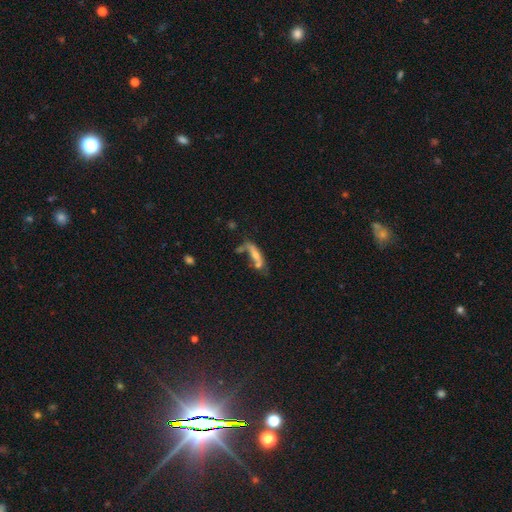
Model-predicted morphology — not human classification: Q: Smooth or featured?
A: smooth (54%); runner-up: featured or disk (36%)
Q: How rounded?
A: cigar-shaped (64%); runner-up: in between (33%)
Q: Merging?
A: none (33%); runner-up: merger (31%)